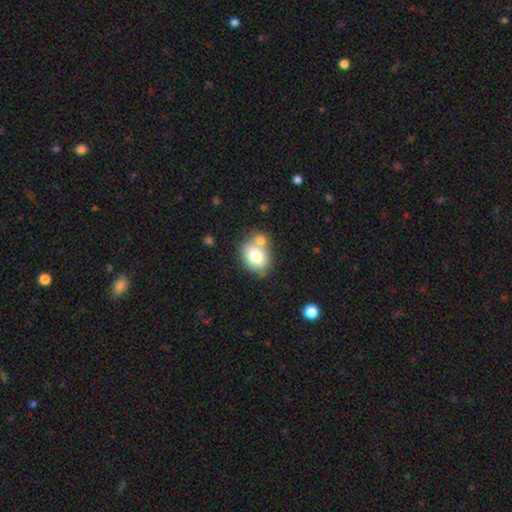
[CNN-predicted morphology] Smooth or featured? smooth (75%)
How rounded? in between (54%)
Merging? none (50%)